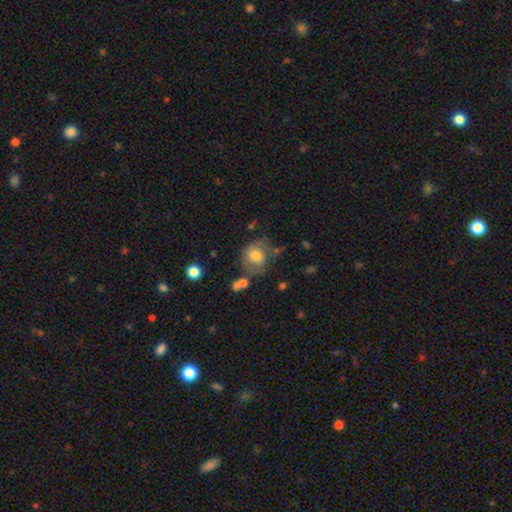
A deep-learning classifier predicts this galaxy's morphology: The model was most divided on "merging": none: 50%, minor disturbance: 26%, major disturbance: 16%, merger: 9%. More confident: how rounded — round (72%); smooth or featured — smooth (60%).